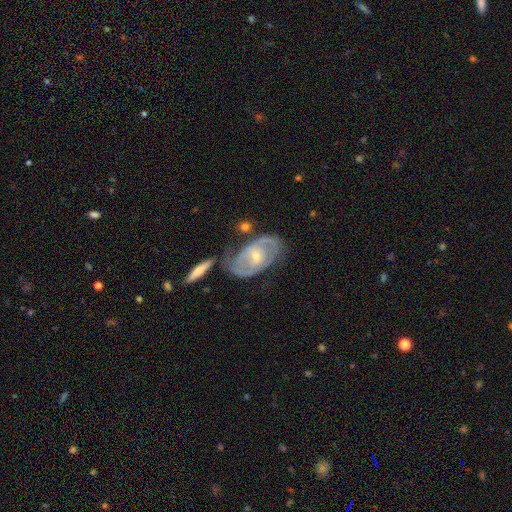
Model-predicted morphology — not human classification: smooth-or-featured: featured or disk: 83% | smooth: 11% | star or artifact: 5%
  disk-edge-on: no: 95% | yes: 5%
    bar: no: 58% | weak: 30% | strong: 12%
    has-spiral-arms: yes: 87% | no: 13%
      spiral-winding: tight: 56% | medium: 35% | loose: 9%
      spiral-arm-count: 2: 65% | can't tell: 22% | 3: 6% | 1: 4% | 4: 2% | more than 4: 2%
    bulge-size: small: 61% | moderate: 35% | large: 1% | none: 1% | dominant: 1%
  merging: none: 58% | minor disturbance: 19% | merger: 12% | major disturbance: 11%